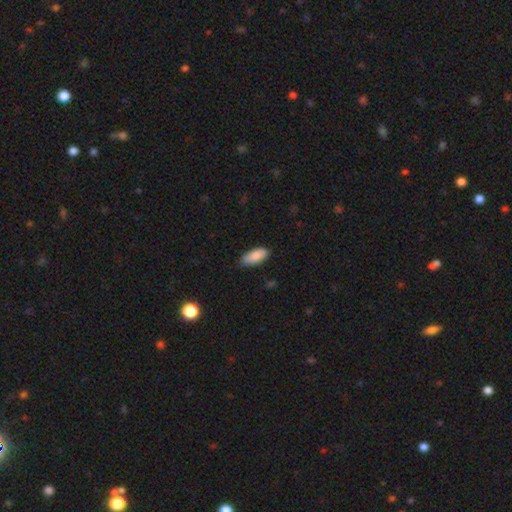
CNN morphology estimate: This is clearly a smooth galaxy (88%). How rounded: clearly in between (84%). Merging: likely none (79%).